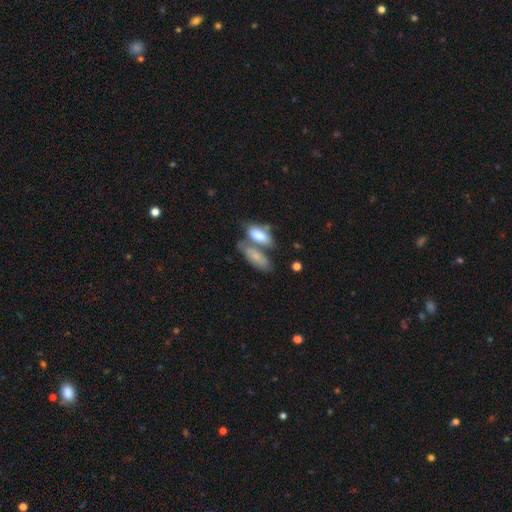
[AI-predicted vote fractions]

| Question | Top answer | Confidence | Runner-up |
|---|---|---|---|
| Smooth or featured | smooth | 73% | featured or disk (21%) |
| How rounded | in between | 79% | cigar-shaped (18%) |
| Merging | merger | 48% | none (34%) |